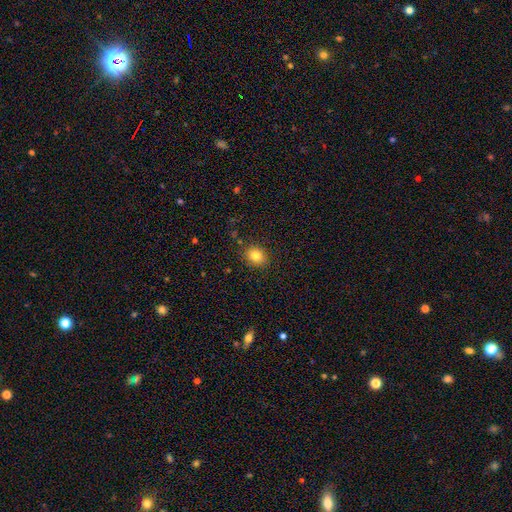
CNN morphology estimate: Smooth or featured: smooth — 82% (star or artifact — 11%)
How rounded: round — 61% (in between — 38%)
Merging: none — 88% (minor disturbance — 9%)